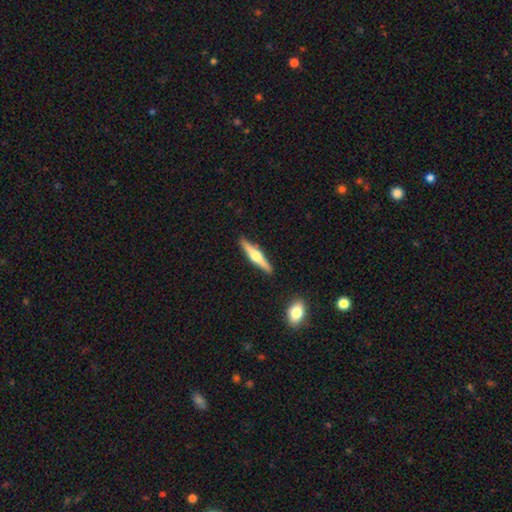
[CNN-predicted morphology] featured or disk 68%, smooth 27%, star or artifact 5%. Down the decision tree: edge-on disk — yes (98%); edge-on bulge — rounded (93%); merging — none (90%).